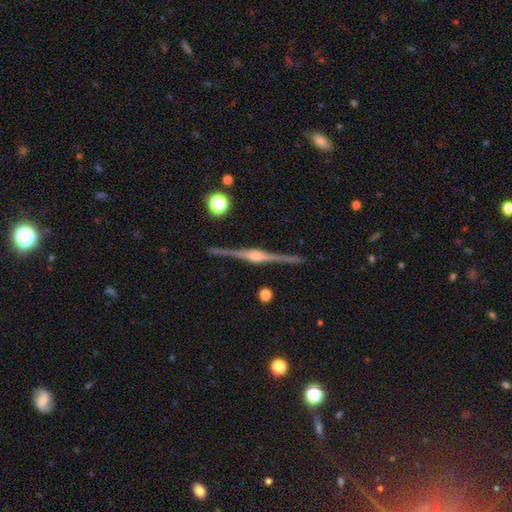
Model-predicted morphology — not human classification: Smooth or featured?
  - featured or disk: 89% *
  - smooth: 6%
  - star or artifact: 6%
Edge-on disk?
  - yes: 99% *
  - no: 1%
Edge-on bulge?
  - rounded: 84% *
  - boxy: 12%
  - none: 4%
Merging?
  - none: 91% *
  - minor disturbance: 6%
  - major disturbance: 1%
  - merger: 1%